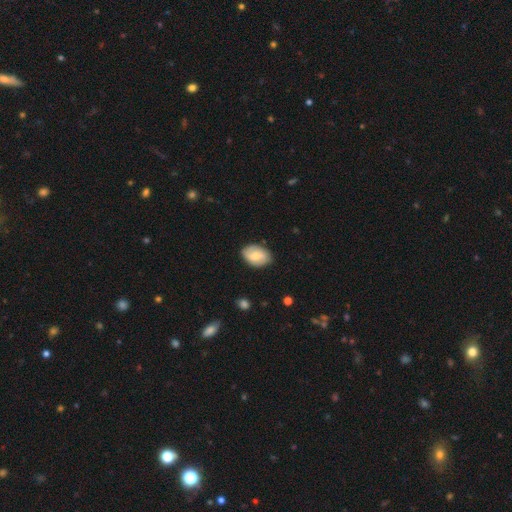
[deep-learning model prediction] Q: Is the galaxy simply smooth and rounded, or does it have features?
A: smooth — 66%.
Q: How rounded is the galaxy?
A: in between — 85%.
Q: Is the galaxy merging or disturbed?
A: none — 81%.